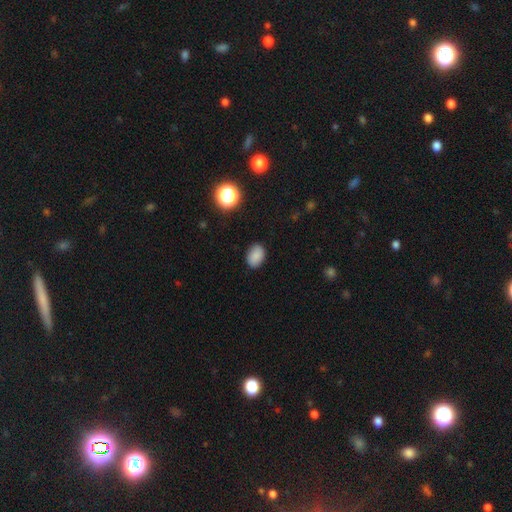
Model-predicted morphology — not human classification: smooth-or-featured: smooth: 85% | star or artifact: 10% | featured or disk: 5%
  how-rounded: in between: 72% | round: 27% | cigar-shaped: 1%
  merging: none: 85% | minor disturbance: 11% | major disturbance: 3% | merger: 1%